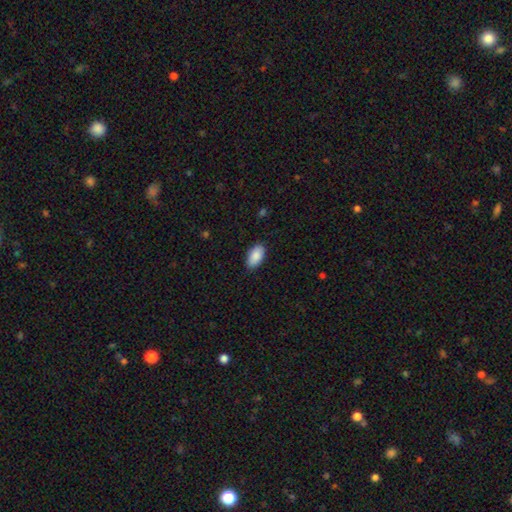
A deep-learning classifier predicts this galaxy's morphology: This appears to be a smooth galaxy with no disk features (89%) that is in between round and cigar-shaped (95%). Merging: none (86%).